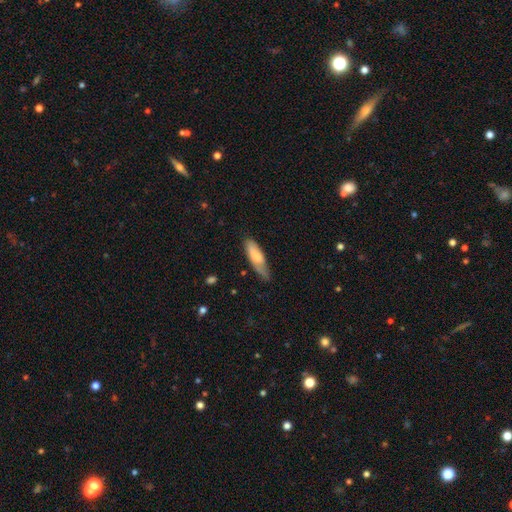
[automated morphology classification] Smooth or featured?
  - smooth: 74% *
  - featured or disk: 20%
  - star or artifact: 6%
How rounded?
  - in between: 50% *
  - cigar-shaped: 49%
  - round: 2%
Merging?
  - none: 54% *
  - minor disturbance: 34%
  - major disturbance: 9%
  - merger: 2%